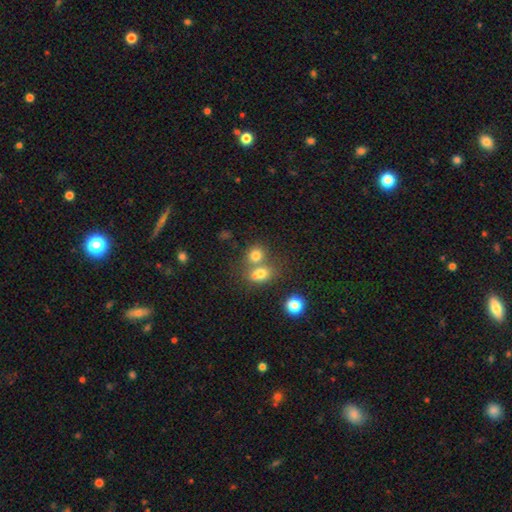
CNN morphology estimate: smooth 75%, star or artifact 14%, featured or disk 11%. Down the decision tree: how rounded — round (69%); merging — merger (46%).